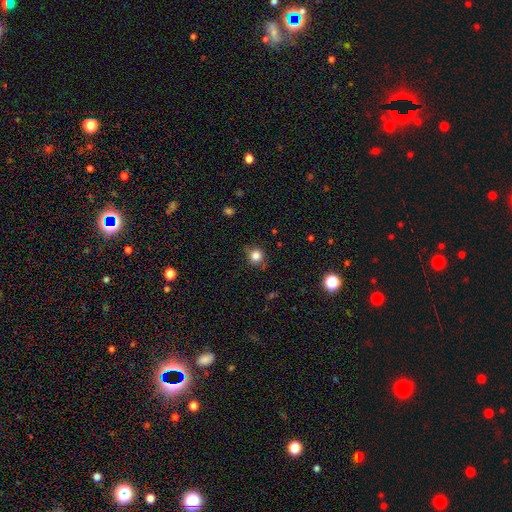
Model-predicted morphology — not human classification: smooth_or_featured: smooth (p=0.82) [alt: star or artifact p=0.12]
how_rounded: round (p=0.91) [alt: in between p=0.08]
merging: none (p=0.81) [alt: minor disturbance p=0.14]